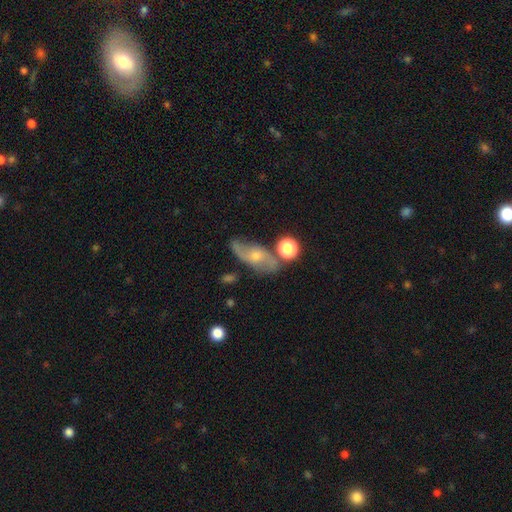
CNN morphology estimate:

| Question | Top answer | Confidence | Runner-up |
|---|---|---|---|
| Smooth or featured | featured or disk | 68% | smooth (23%) |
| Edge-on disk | no | 90% | yes (10%) |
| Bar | no | 69% | weak (26%) |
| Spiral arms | yes | 86% | no (14%) |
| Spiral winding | loose | 57% | medium (31%) |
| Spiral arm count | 2 | 84% | can't tell (8%) |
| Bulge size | small | 51% | moderate (42%) |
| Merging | none | 62% | minor disturbance (21%) |